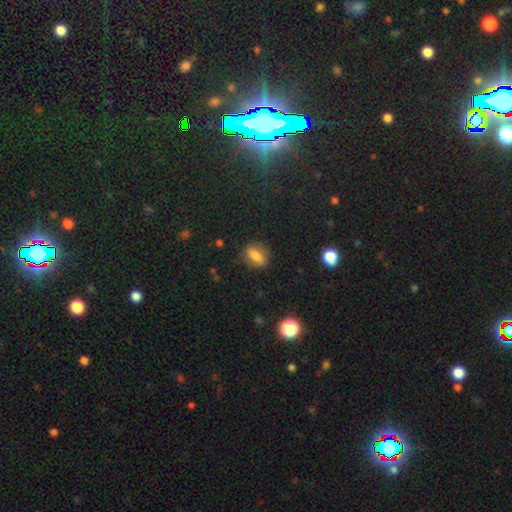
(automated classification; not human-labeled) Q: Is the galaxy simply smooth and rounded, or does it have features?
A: smooth — 74%.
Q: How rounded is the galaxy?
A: in between — 69%.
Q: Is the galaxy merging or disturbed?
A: none — 81%.